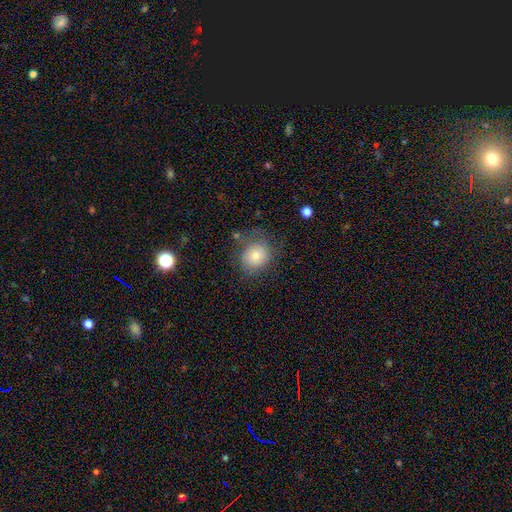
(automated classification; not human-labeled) Smooth or featured? smooth (76%)
How rounded? round (69%)
Merging? none (62%)